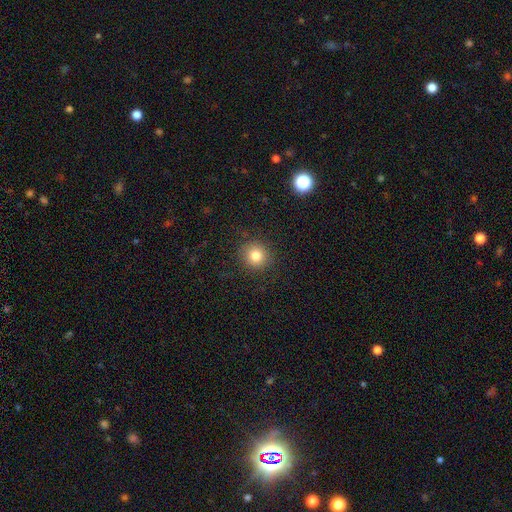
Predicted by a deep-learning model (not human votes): Overall: smooth (80%). How rounded: round (92%). Merging: none (89%).